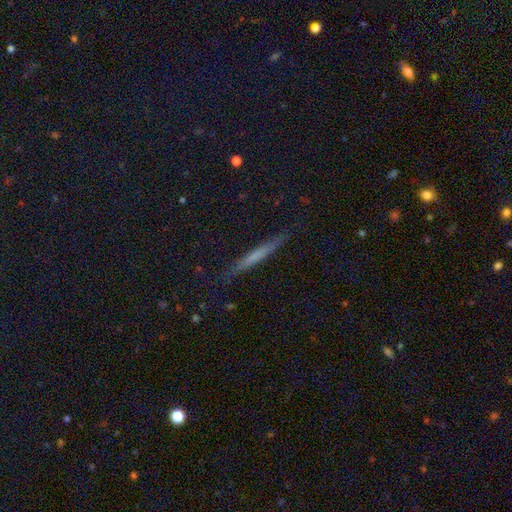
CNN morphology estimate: This is possibly a smooth galaxy (51%). How rounded: clearly cigar-shaped (96%). Merging: clearly none (87%).